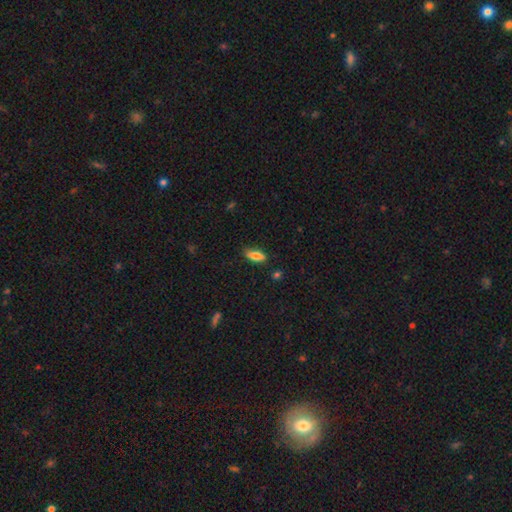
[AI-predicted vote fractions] Smooth or featured? Predicted: smooth (p=0.80). How rounded? Predicted: in between (p=0.76). Merging? Predicted: none (p=0.79).